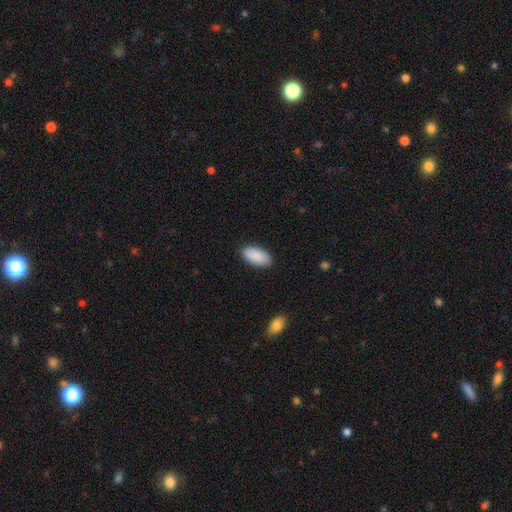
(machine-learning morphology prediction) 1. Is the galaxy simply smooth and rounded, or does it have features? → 90% smooth, 6% star or artifact, 4% featured or disk.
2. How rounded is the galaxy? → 94% in between, 4% cigar-shaped, 2% round.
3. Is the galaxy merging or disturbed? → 88% none, 9% minor disturbance, 2% major disturbance, 1% merger.